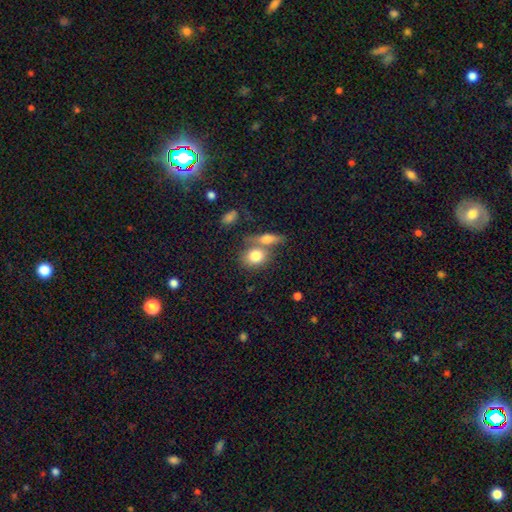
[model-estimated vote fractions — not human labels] Q: Smooth or featured?
A: smooth (78%); runner-up: featured or disk (14%)
Q: How rounded?
A: in between (49%); runner-up: round (47%)
Q: Merging?
A: none (43%); runner-up: merger (42%)